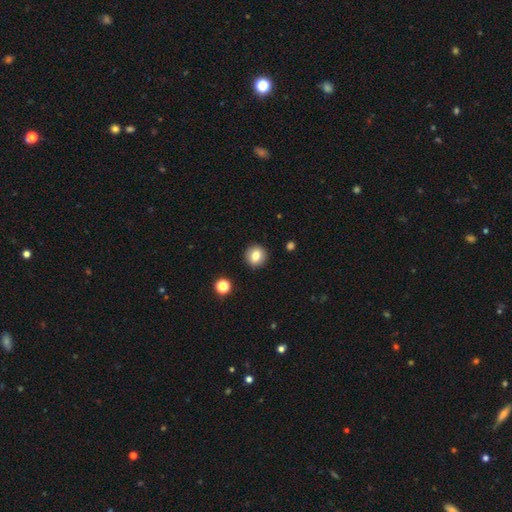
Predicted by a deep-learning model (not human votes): smooth_or_featured: smooth (p=0.79) [alt: featured or disk p=0.11]
how_rounded: round (p=0.90) [alt: in between p=0.09]
merging: none (p=0.91) [alt: minor disturbance p=0.05]